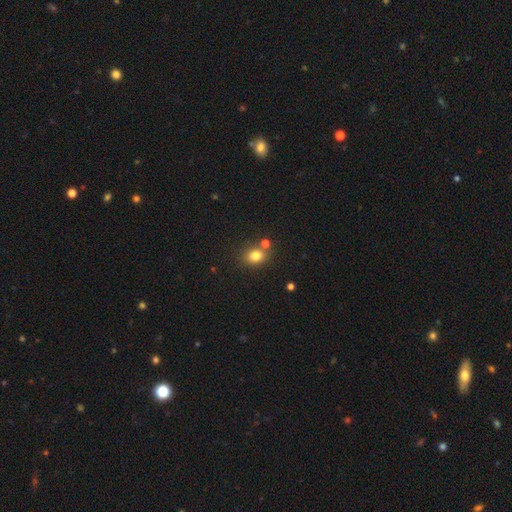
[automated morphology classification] This is likely a smooth galaxy (79%). How rounded: possibly round (55%). Merging: likely none (70%).